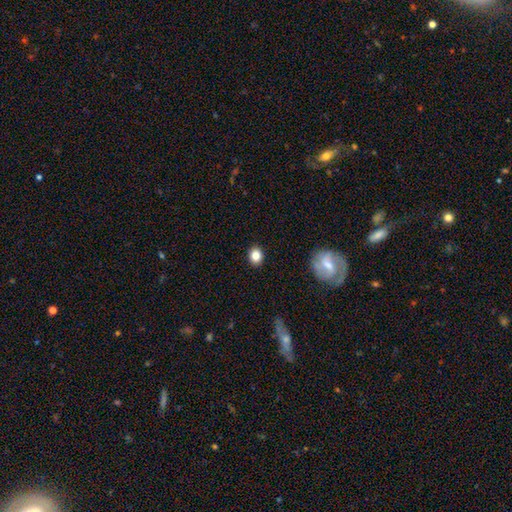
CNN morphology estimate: smooth 84%, star or artifact 10%, featured or disk 6%. Down the decision tree: how rounded — round (60%); merging — none (90%).